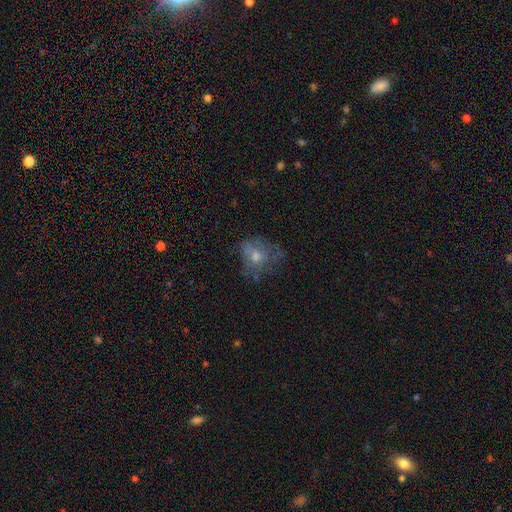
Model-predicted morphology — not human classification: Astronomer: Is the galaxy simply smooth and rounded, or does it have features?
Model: smooth — 48% (runner-up: featured or disk, 36%).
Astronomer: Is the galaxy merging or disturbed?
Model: none — 49% (runner-up: major disturbance, 25%).